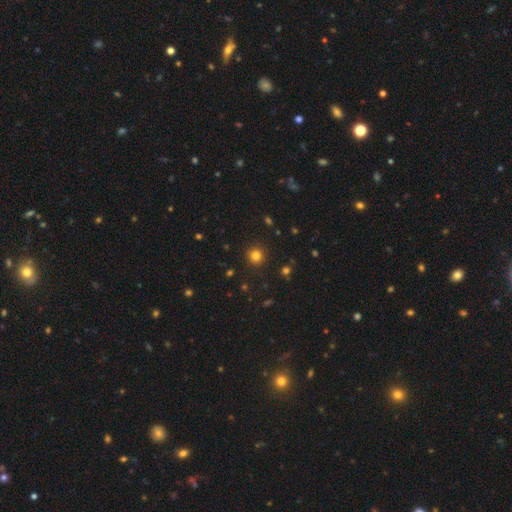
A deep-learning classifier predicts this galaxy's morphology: Smooth or featured: smooth — 80% (star or artifact — 15%)
How rounded: round — 93% (in between — 6%)
Merging: none — 91% (minor disturbance — 5%)